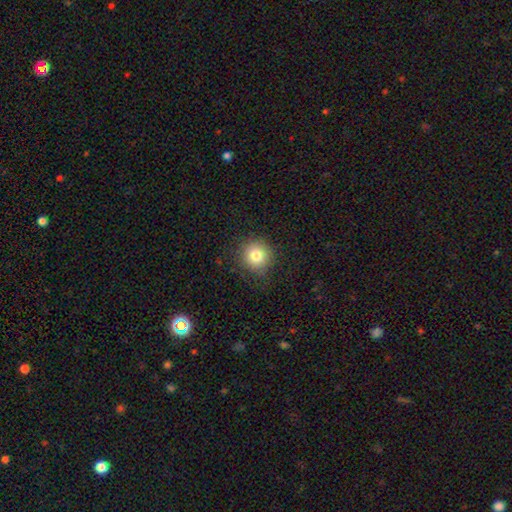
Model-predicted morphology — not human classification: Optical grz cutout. It shows a smooth galaxy with no disk features (81%) that is round (93%). Merging: none (86%).